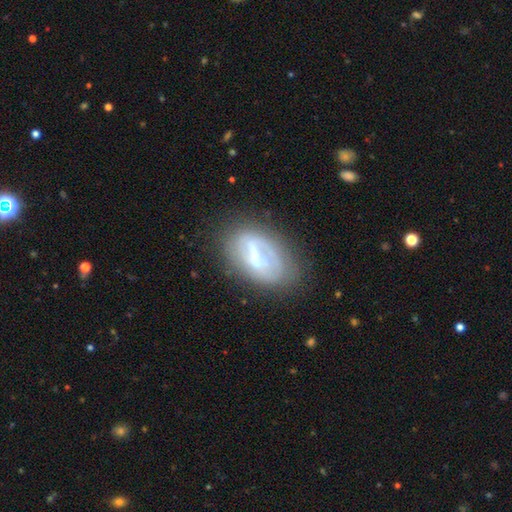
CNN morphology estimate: Smooth or featured? Predicted: featured or disk (p=0.61). Edge-on disk? Predicted: no (p=0.91). Bar? Predicted: strong (p=0.56). Spiral arms? Predicted: no (p=0.62). Bulge size? Predicted: moderate (p=0.33). Merging? Predicted: none (p=0.60).